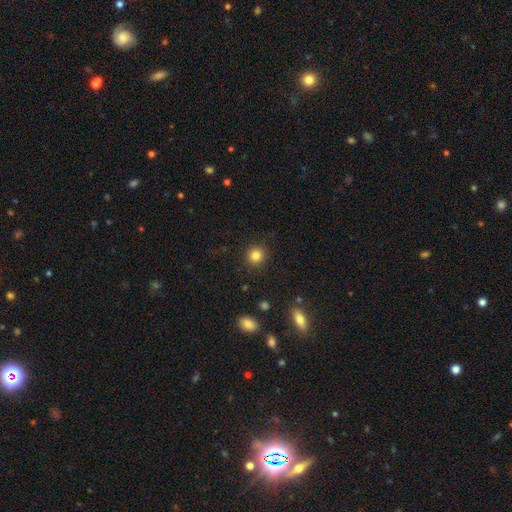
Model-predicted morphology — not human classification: Smooth or featured? smooth (84%)
How rounded? round (90%)
Merging? none (90%)